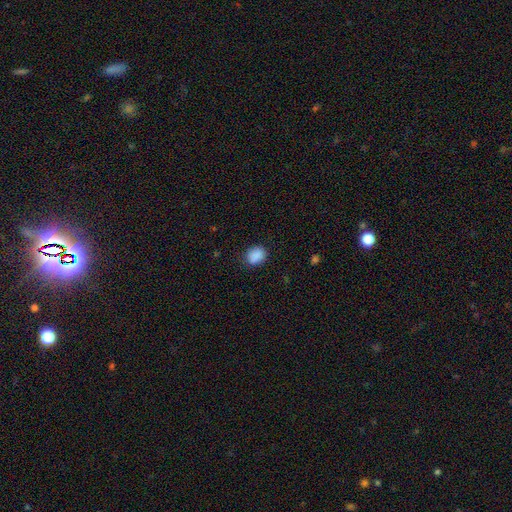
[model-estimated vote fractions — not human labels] smooth-or-featured: smooth: 88% | star or artifact: 8% | featured or disk: 3%
  how-rounded: round: 51% | in between: 48% | cigar-shaped: 1%
  merging: none: 82% | minor disturbance: 13% | major disturbance: 3% | merger: 1%